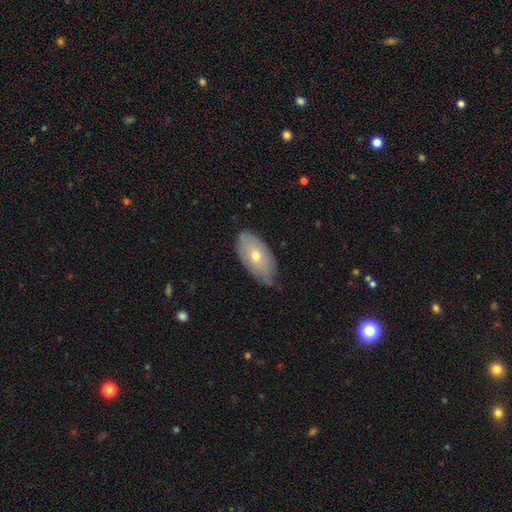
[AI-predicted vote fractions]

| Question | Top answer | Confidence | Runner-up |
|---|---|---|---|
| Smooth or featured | smooth | 61% | featured or disk (33%) |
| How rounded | in between | 92% | round (4%) |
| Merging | none | 65% | minor disturbance (29%) |